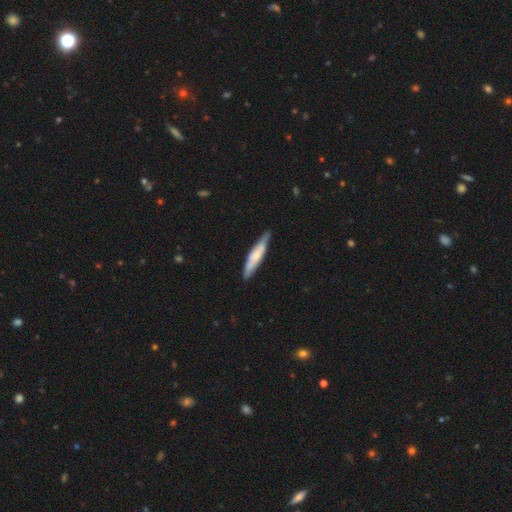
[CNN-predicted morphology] Q: Smooth or featured?
A: smooth (53%); runner-up: featured or disk (42%)
Q: How rounded?
A: cigar-shaped (85%); runner-up: in between (14%)
Q: Merging?
A: none (79%); runner-up: minor disturbance (17%)